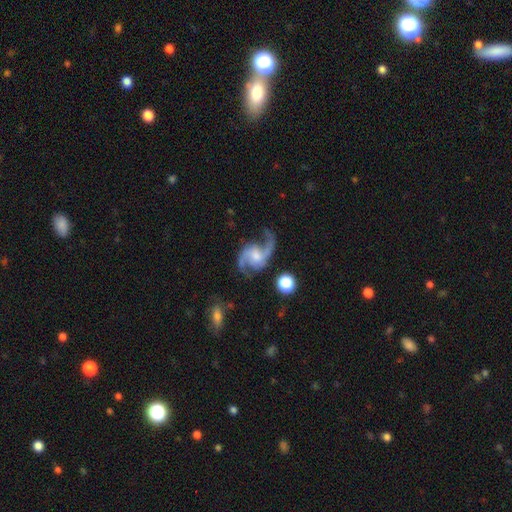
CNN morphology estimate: Overall: featured or disk (90%). Edge-on disk: no (98%). Bar: no (50%; weak 40%). Spiral arms: yes (98%). Spiral arm count: 2 (93%). Spiral winding: loose (58%; medium 36%). Bulge size: moderate (39%; small 32%). Merging: none (70%).